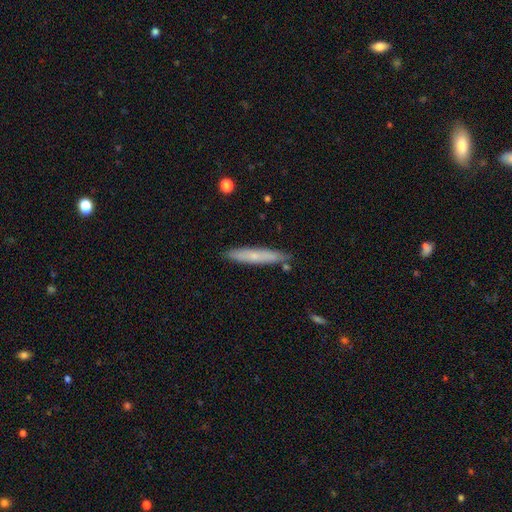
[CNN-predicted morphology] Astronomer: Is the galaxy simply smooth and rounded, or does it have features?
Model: smooth — 60%.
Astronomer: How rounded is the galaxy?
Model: cigar-shaped — 92%.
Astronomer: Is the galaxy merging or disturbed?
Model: none — 84%.